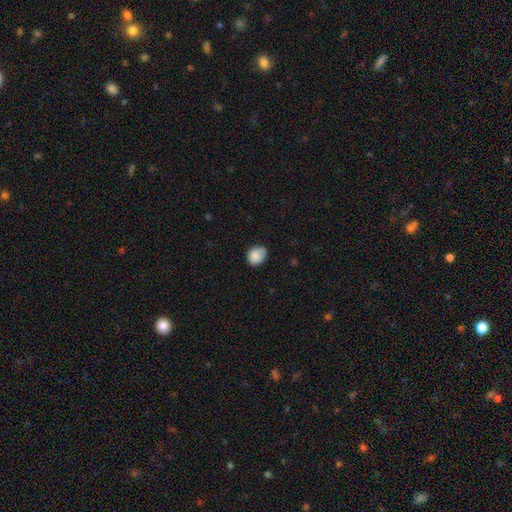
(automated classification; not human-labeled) This is clearly a smooth galaxy (86%). How rounded: likely round (60%). Merging: likely none (64%).